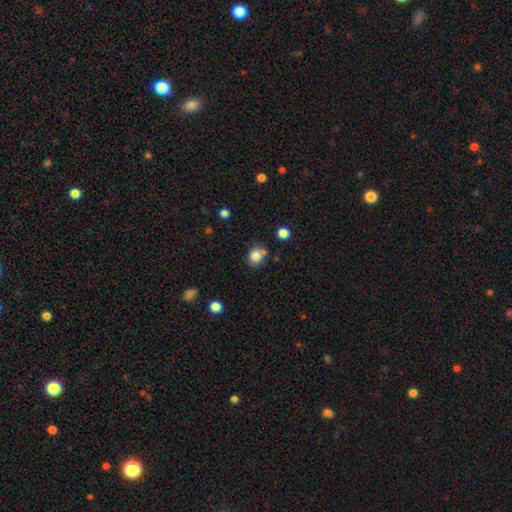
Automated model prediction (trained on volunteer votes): Q: Smooth or featured?
A: smooth (82%); runner-up: star or artifact (11%)
Q: How rounded?
A: round (68%); runner-up: in between (31%)
Q: Merging?
A: none (65%); runner-up: merger (18%)